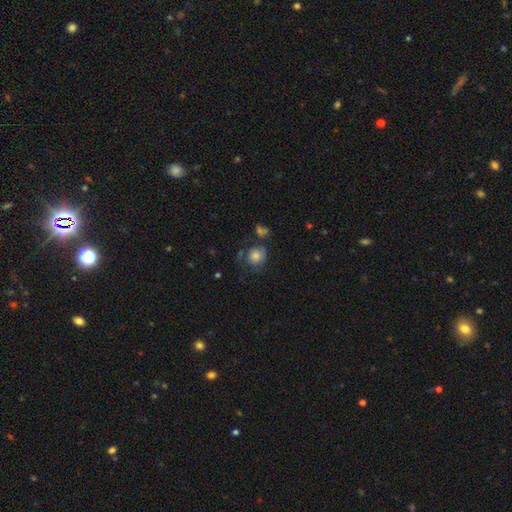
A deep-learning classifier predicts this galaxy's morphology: smooth-or-featured: smooth: 72% | featured or disk: 18% | star or artifact: 10%
  how-rounded: round: 79% | in between: 20% | cigar-shaped: 1%
  merging: none: 55% | minor disturbance: 22% | major disturbance: 14% | merger: 9%